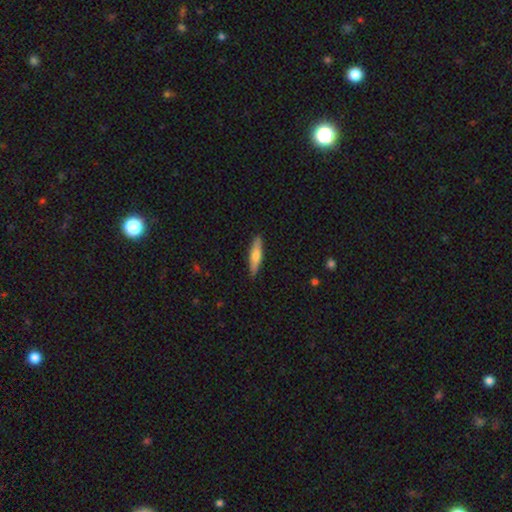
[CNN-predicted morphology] This appears to be a smooth galaxy with no disk features (63%) that is cigar-shaped (77%). Merging: none (89%).